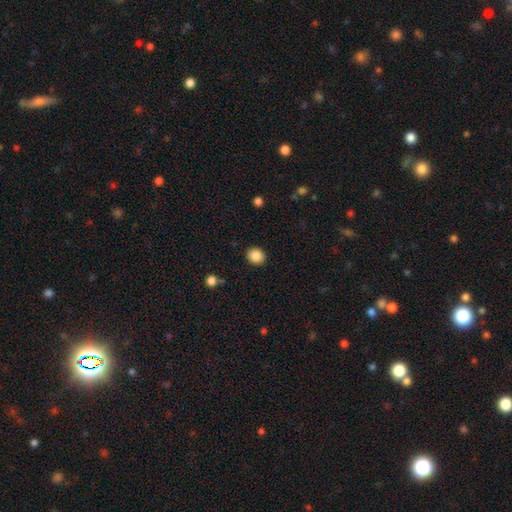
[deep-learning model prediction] Smooth or featured?
  - smooth: 87% *
  - star or artifact: 9%
  - featured or disk: 4%
How rounded?
  - round: 73% *
  - in between: 27%
  - cigar-shaped: 1%
Merging?
  - none: 91% *
  - minor disturbance: 6%
  - major disturbance: 2%
  - merger: 1%